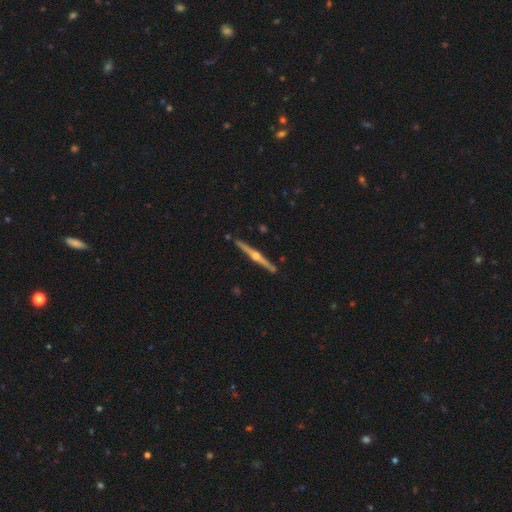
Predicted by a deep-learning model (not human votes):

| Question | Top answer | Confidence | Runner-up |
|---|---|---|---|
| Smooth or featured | featured or disk | 83% | smooth (12%) |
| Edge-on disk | yes | 98% | no (2%) |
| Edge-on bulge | rounded | 91% | none (5%) |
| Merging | none | 91% | minor disturbance (6%) |